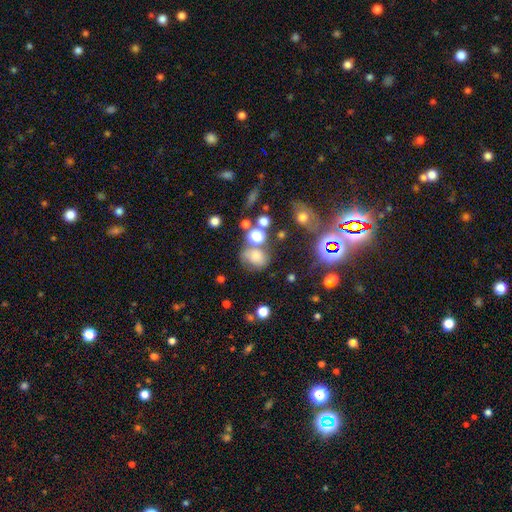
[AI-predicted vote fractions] A smooth galaxy with no disk features (61%) that is round (61%).

Vote fractions:
- Smooth or featured? smooth: 61% / star or artifact: 20% / featured or disk: 19%
- How rounded? round: 61% / in between: 38% / cigar-shaped: 1%
- Merging? none: 47% / minor disturbance: 21% / merger: 20% / major disturbance: 13%